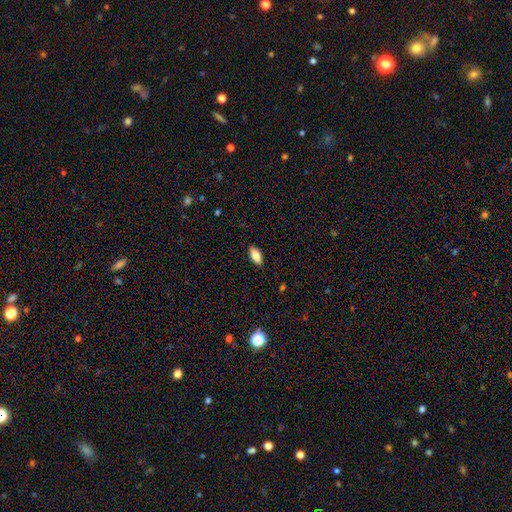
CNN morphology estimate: smooth_or_featured: smooth (p=0.79) [alt: featured or disk p=0.14]
how_rounded: in between (p=0.84) [alt: cigar-shaped p=0.13]
merging: none (p=0.88) [alt: minor disturbance p=0.09]